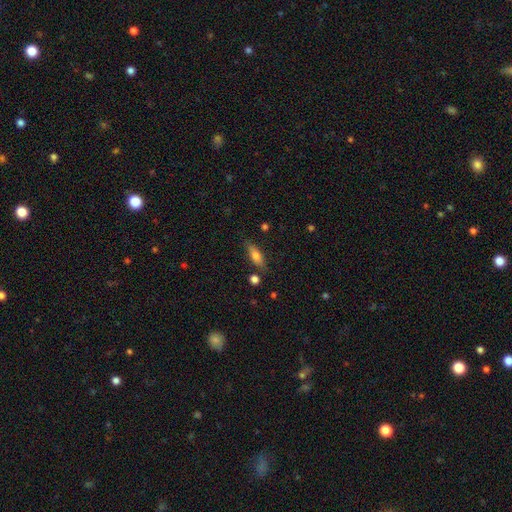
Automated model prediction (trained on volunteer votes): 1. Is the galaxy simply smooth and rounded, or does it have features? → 68% smooth, 25% featured or disk, 8% star or artifact.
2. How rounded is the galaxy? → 54% in between, 42% cigar-shaped, 3% round.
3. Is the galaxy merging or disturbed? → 79% none, 14% minor disturbance, 4% merger, 3% major disturbance.